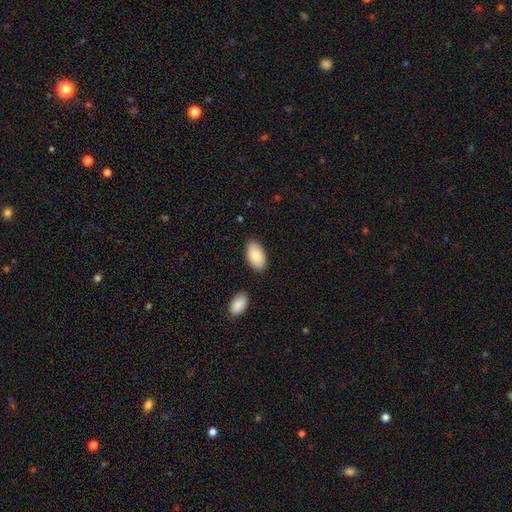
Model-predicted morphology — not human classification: smooth-or-featured: smooth: 85% | featured or disk: 9% | star or artifact: 6%
  how-rounded: in between: 96% | round: 3% | cigar-shaped: 2%
  merging: none: 84% | minor disturbance: 10% | merger: 4% | major disturbance: 2%